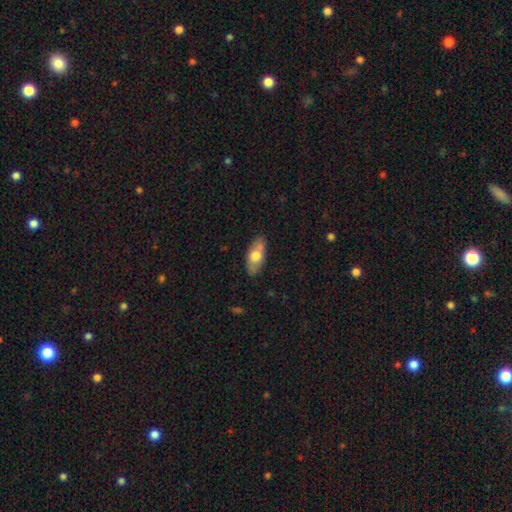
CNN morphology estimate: smooth 63%, featured or disk 31%, star or artifact 6%. Down the decision tree: how rounded — in between (85%); merging — none (72%).